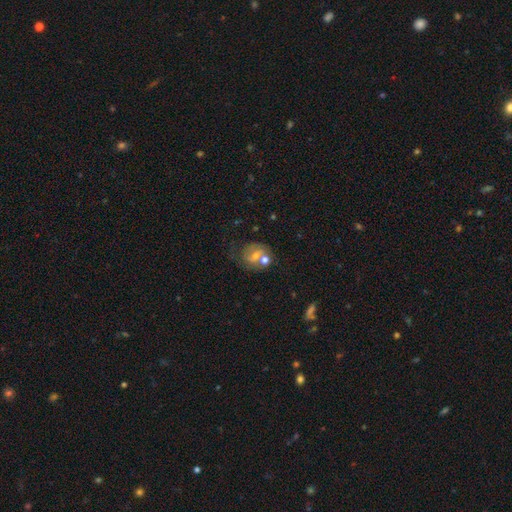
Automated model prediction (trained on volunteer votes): Overall: featured or disk (47%; smooth 36%). Merging: none (52%; minor disturbance 19%).